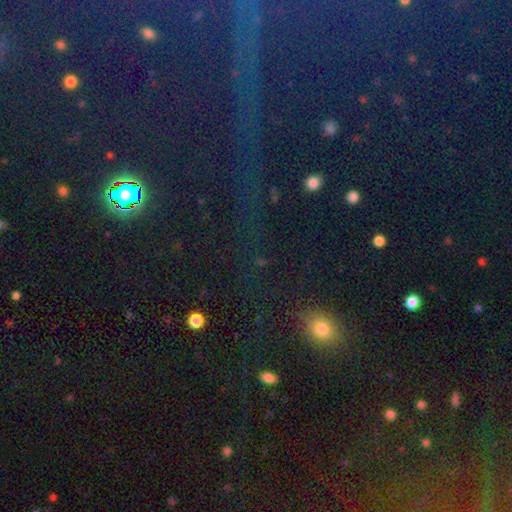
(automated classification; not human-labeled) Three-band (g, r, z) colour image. It shows a star or artifact, not a galaxy (52%).